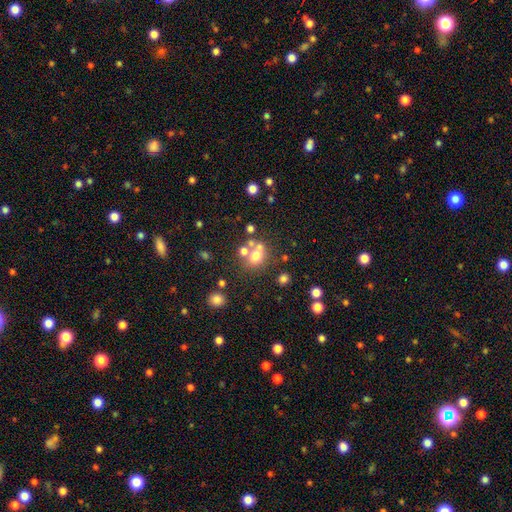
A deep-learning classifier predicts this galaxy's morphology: The model was most divided on "merging": none: 47%, merger: 34%, minor disturbance: 12%, major disturbance: 7%. More confident: how rounded — round (63%); smooth or featured — smooth (63%).